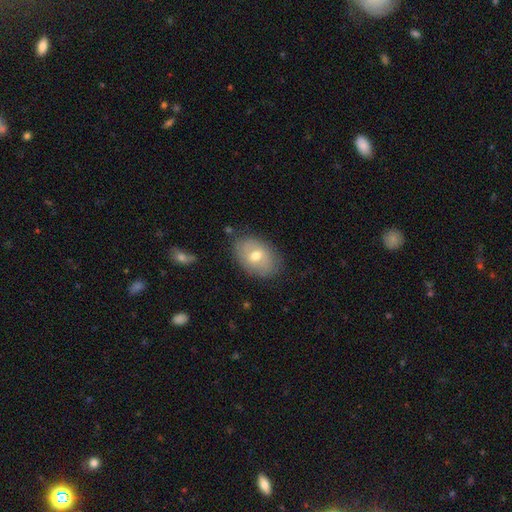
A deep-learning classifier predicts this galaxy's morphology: This appears to be a smooth galaxy with no disk features (64%) that is in between round and cigar-shaped (84%). Merging: none (80%).